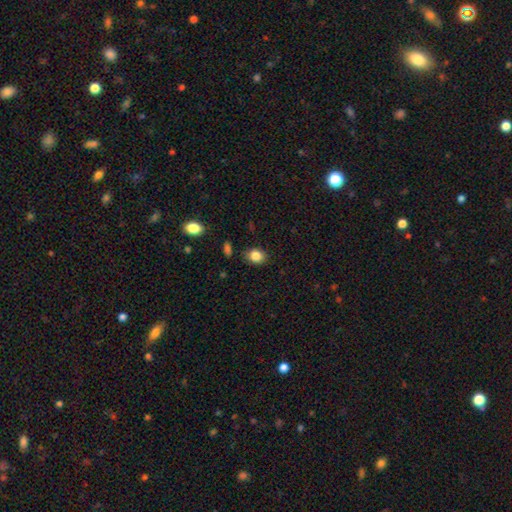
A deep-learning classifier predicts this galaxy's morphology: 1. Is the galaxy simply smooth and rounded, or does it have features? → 84% smooth, 10% star or artifact, 6% featured or disk.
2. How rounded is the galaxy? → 51% in between, 48% round, 1% cigar-shaped.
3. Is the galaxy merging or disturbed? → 83% none, 12% minor disturbance, 3% major disturbance, 2% merger.